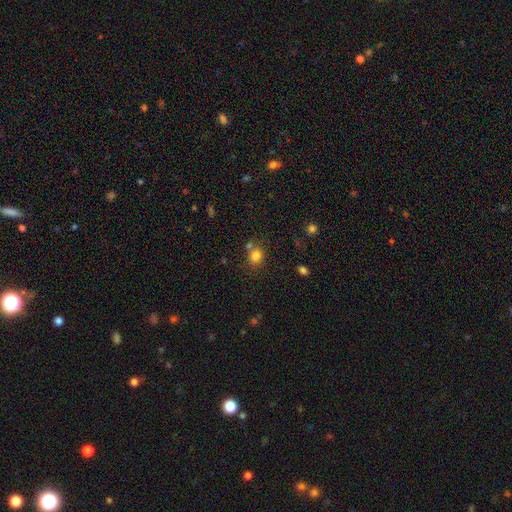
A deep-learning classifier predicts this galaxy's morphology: A smooth galaxy with no disk features (81%) that is round (73%). Merging: none (66%).